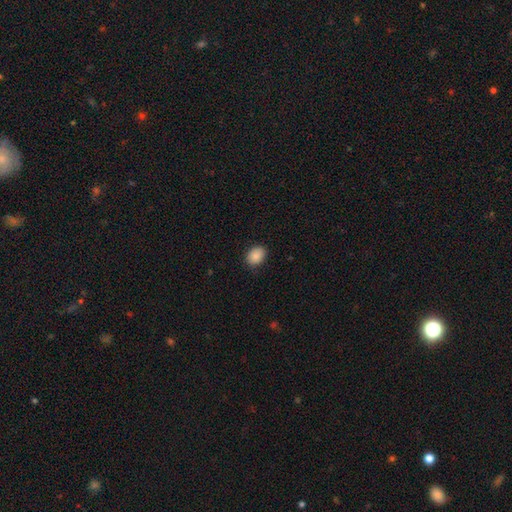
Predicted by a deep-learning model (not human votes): Smooth or featured?
  - smooth: 88% *
  - star or artifact: 8%
  - featured or disk: 4%
How rounded?
  - in between: 62% *
  - round: 37%
  - cigar-shaped: 1%
Merging?
  - none: 84% *
  - minor disturbance: 12%
  - major disturbance: 3%
  - merger: 1%